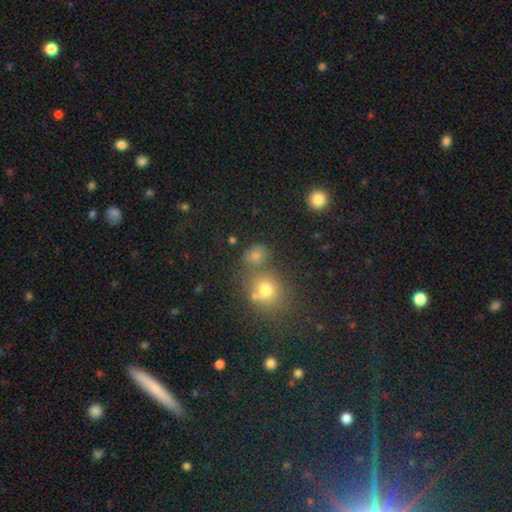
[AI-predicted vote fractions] Smooth or featured?
  - smooth: 69% *
  - star or artifact: 21%
  - featured or disk: 10%
How rounded?
  - round: 64% *
  - in between: 34%
  - cigar-shaped: 1%
Merging?
  - none: 58% *
  - merger: 23%
  - minor disturbance: 12%
  - major disturbance: 6%